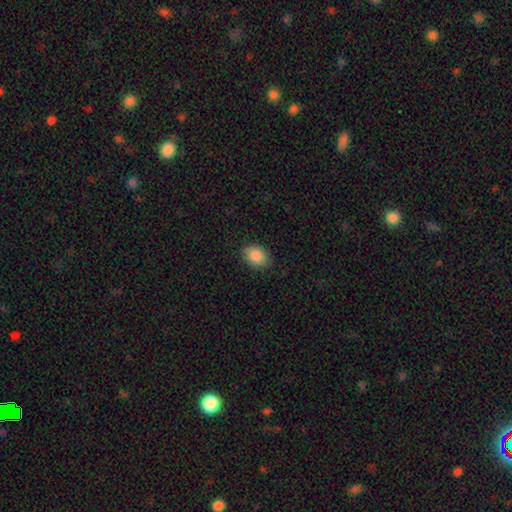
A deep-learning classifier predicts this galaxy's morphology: Smooth or featured? smooth (88%)
How rounded? in between (75%)
Merging? none (84%)